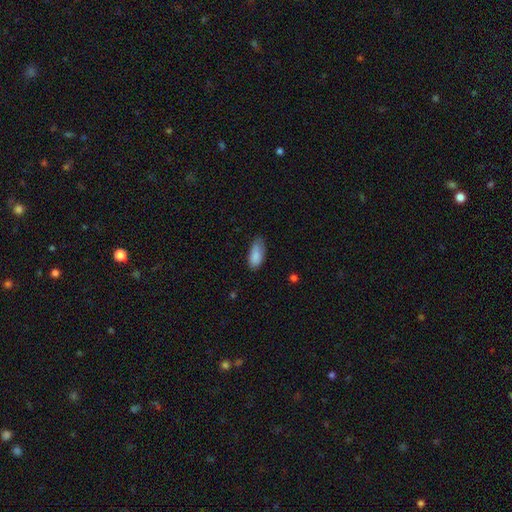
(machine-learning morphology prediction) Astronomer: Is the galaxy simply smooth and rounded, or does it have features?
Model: smooth — 87%.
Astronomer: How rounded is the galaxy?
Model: in between — 87%.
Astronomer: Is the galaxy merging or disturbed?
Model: none — 62%.